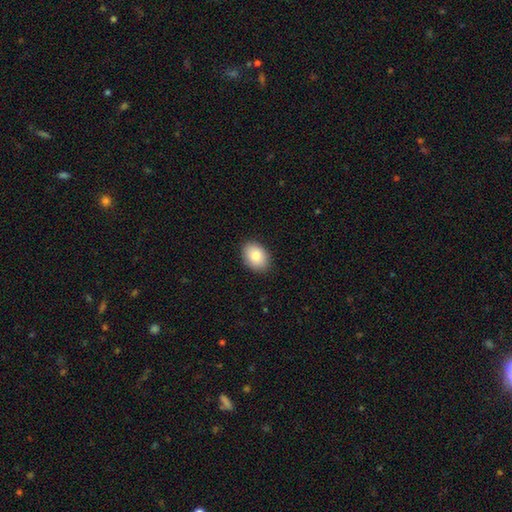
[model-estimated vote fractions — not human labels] Smooth or featured: smooth — 84% (featured or disk — 9%)
How rounded: in between — 77% (round — 22%)
Merging: none — 89% (minor disturbance — 8%)